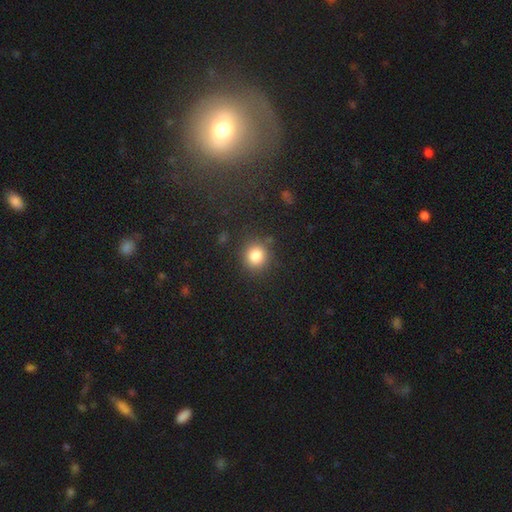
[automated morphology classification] The model was most divided on "smooth or featured": smooth: 84%, star or artifact: 11%, featured or disk: 5%. More confident: how rounded — round (88%); merging — none (86%).